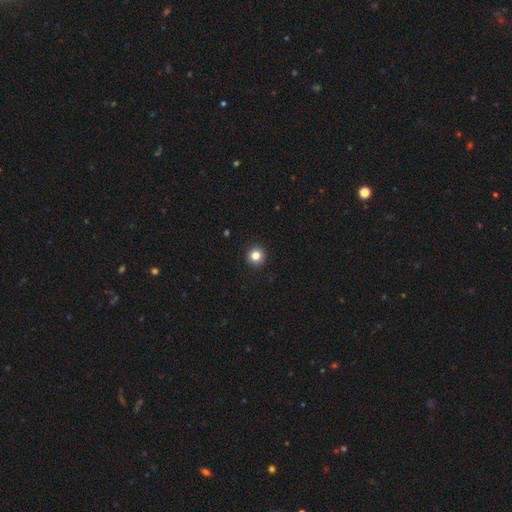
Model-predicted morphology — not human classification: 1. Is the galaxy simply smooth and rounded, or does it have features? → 84% smooth, 11% star or artifact, 5% featured or disk.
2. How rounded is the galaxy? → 95% round, 4% in between, 1% cigar-shaped.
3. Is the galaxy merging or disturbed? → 94% none, 4% minor disturbance, 1% major disturbance, 1% merger.